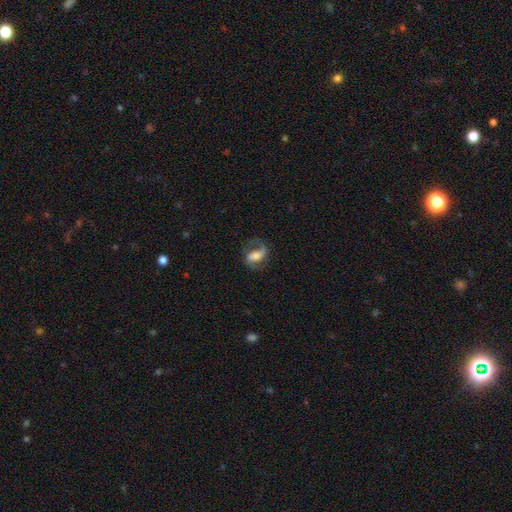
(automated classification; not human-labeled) Smooth or featured? featured or disk (71%)
Edge-on disk? no (96%)
Bar? weak (38%)
Spiral arms? yes (91%)
Spiral winding? medium (43%)
Spiral arm count? 2 (70%)
Bulge size? moderate (50%)
Merging? none (60%)